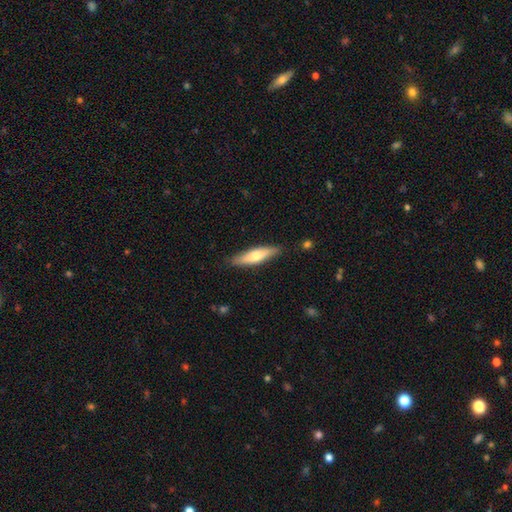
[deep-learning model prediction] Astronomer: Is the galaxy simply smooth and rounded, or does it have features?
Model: smooth — 58% (runner-up: featured or disk, 37%).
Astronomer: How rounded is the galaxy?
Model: cigar-shaped — 67%.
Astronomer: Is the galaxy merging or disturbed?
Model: none — 86%.